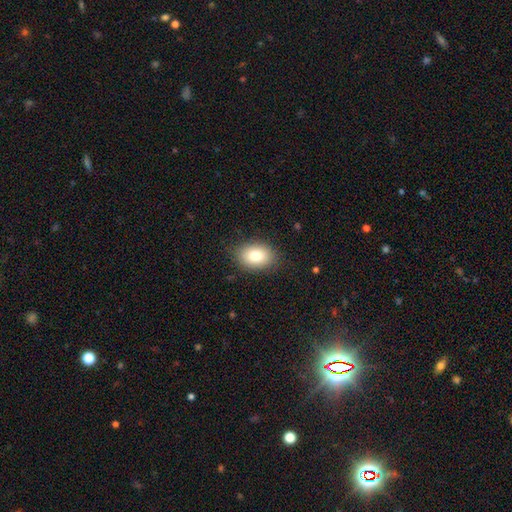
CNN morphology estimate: Smooth or featured? Predicted: smooth (p=0.82). How rounded? Predicted: in between (p=0.79). Merging? Predicted: none (p=0.86).